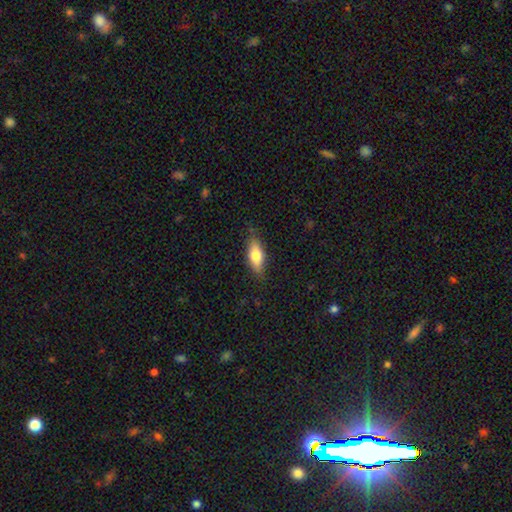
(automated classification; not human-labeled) A smooth galaxy with no disk features (70%) that is in between round and cigar-shaped (75%). Merging: none (79%).